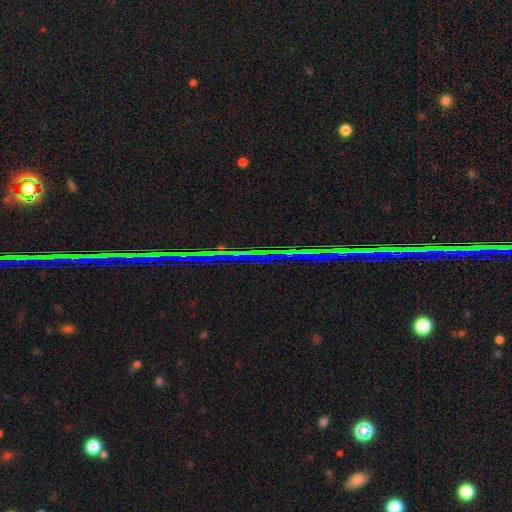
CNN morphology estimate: star or artifact 86%, featured or disk 8%, smooth 6%.